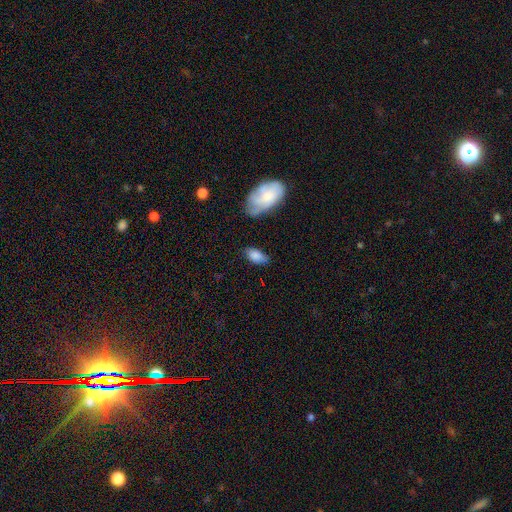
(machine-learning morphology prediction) Overall: smooth (81%). How rounded: in between (91%). Merging: none (69%).